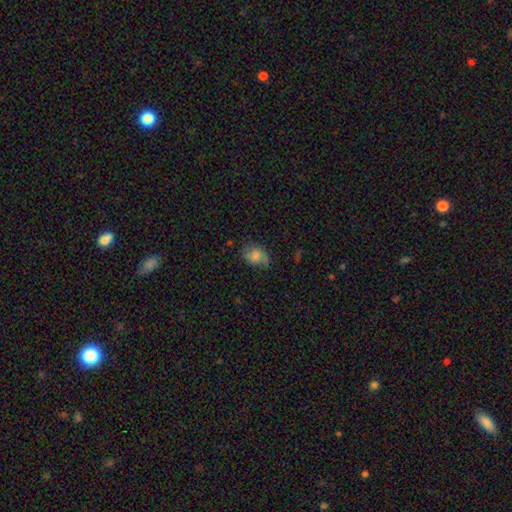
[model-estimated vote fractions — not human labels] This appears to be a smooth galaxy with no disk features (71%) that is in between round and cigar-shaped (68%). Merging: none (59%).